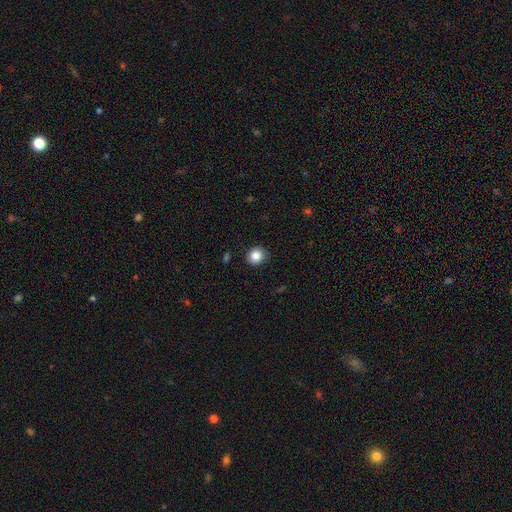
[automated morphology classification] smooth 85%, star or artifact 10%, featured or disk 5%. Down the decision tree: how rounded — round (81%); merging — none (90%).